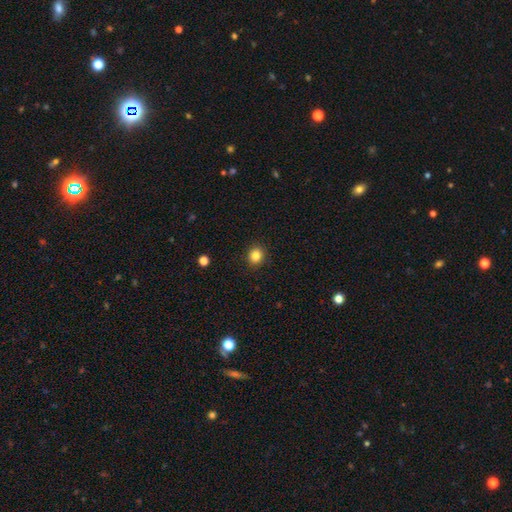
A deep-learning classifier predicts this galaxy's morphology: A smooth galaxy with no disk features (84%) that is round (82%). Merging: none (91%).